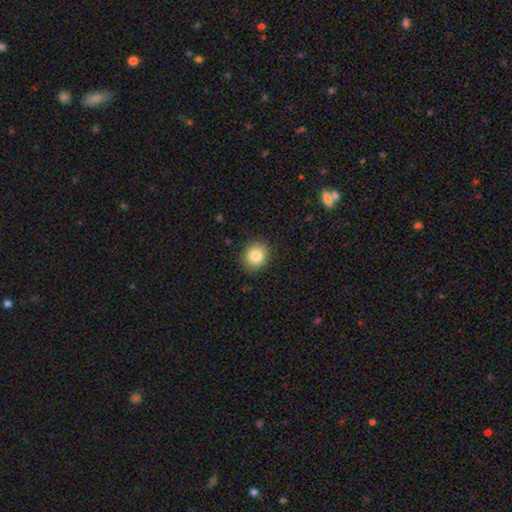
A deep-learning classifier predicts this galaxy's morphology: Smooth or featured?
  - smooth: 85% *
  - star or artifact: 9%
  - featured or disk: 6%
How rounded?
  - round: 83% *
  - in between: 16%
  - cigar-shaped: 1%
Merging?
  - none: 89% *
  - minor disturbance: 7%
  - major disturbance: 2%
  - merger: 1%